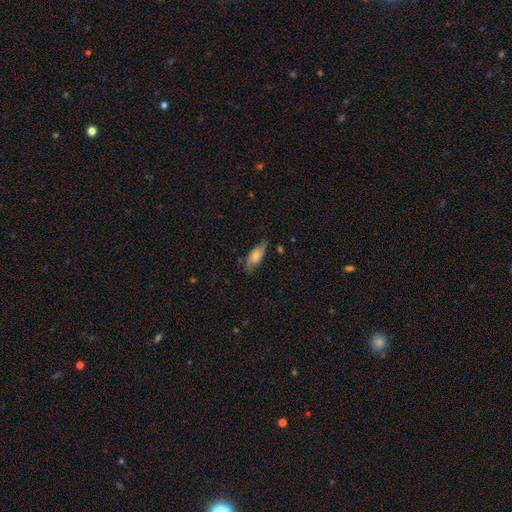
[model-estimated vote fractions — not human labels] Smooth or featured? smooth (49%)
Merging? none (66%)